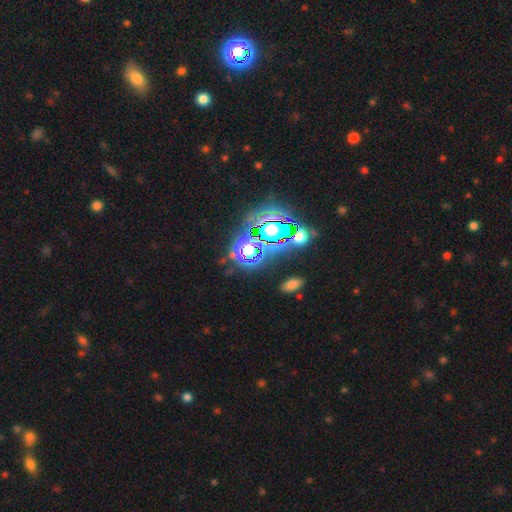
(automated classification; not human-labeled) Overall: star or artifact (70%).